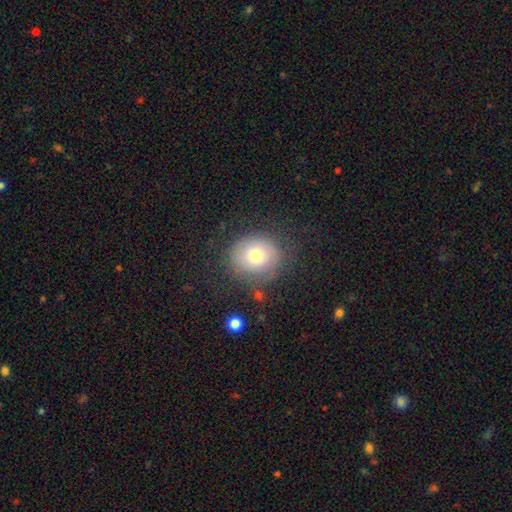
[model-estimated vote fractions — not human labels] Smooth or featured? smooth (72%)
How rounded? round (80%)
Merging? none (71%)